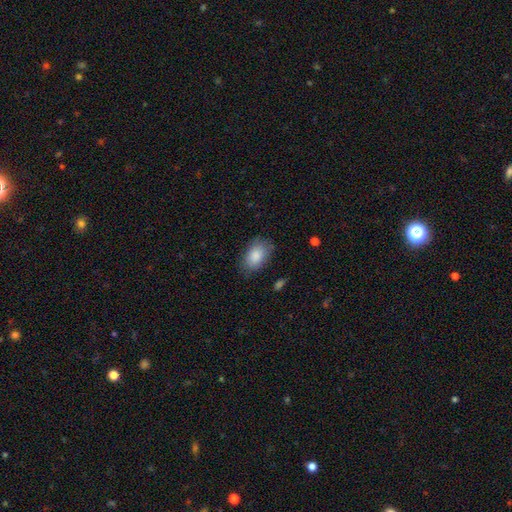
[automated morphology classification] This is clearly a smooth galaxy (87%). How rounded: clearly in between (90%). Merging: likely none (76%).